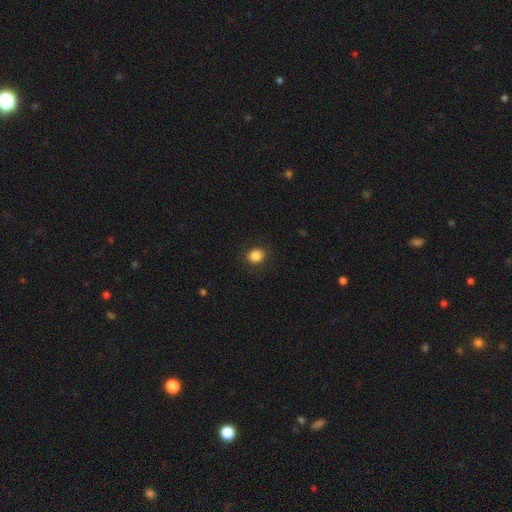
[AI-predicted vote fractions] Morphology: type=smooth (85%); roundness=round (71%); merging=none (88%).